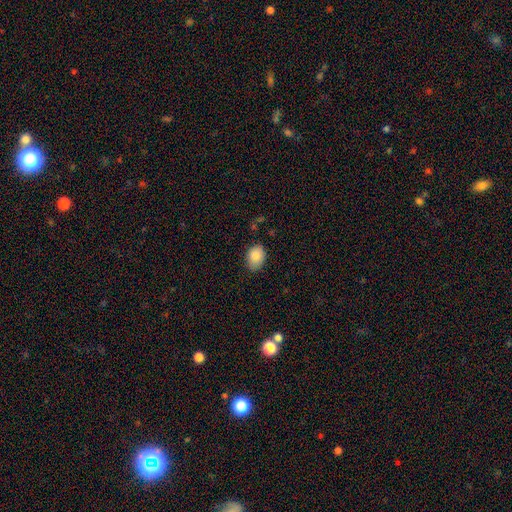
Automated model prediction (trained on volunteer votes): Smooth or featured: smooth — 86% (star or artifact — 8%)
How rounded: in between — 78% (round — 21%)
Merging: none — 76% (minor disturbance — 19%)